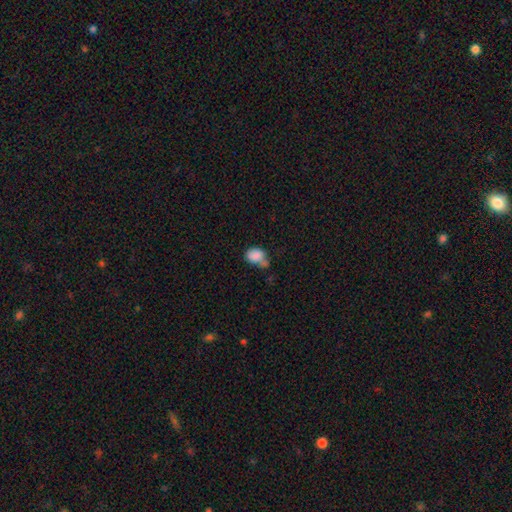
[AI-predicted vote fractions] This is clearly a smooth galaxy (85%). How rounded: likely in between (64%). Merging: marginally none (36%).